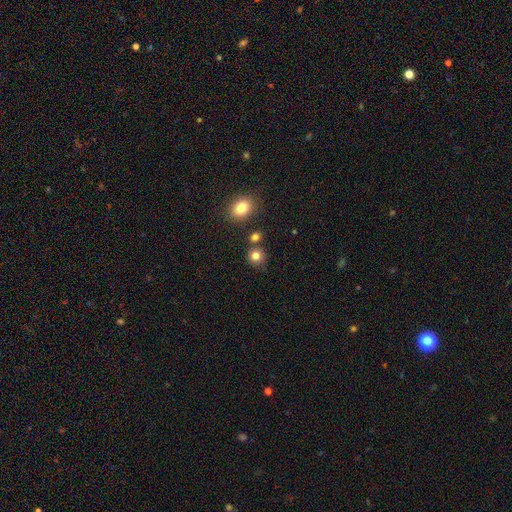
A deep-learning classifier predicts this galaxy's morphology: Smooth or featured: smooth — 81% (star or artifact — 13%)
How rounded: round — 87% (in between — 12%)
Merging: none — 79% (merger — 10%)